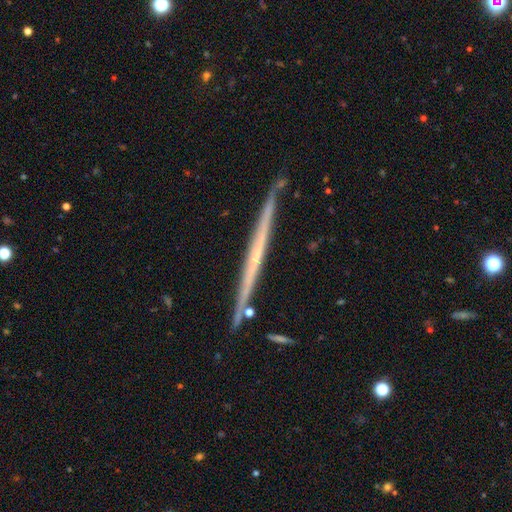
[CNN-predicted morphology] A featured or disk galaxy (68%) viewed edge-on (98%) with no central bulge (86%).

Vote fractions:
- Smooth or featured? featured or disk: 68% / smooth: 26% / star or artifact: 6%
- Edge-on disk? yes: 98% / no: 2%
- Edge-on bulge? none: 86% / rounded: 11% / boxy: 4%
- Merging? none: 88% / minor disturbance: 9% / merger: 2% / major disturbance: 2%